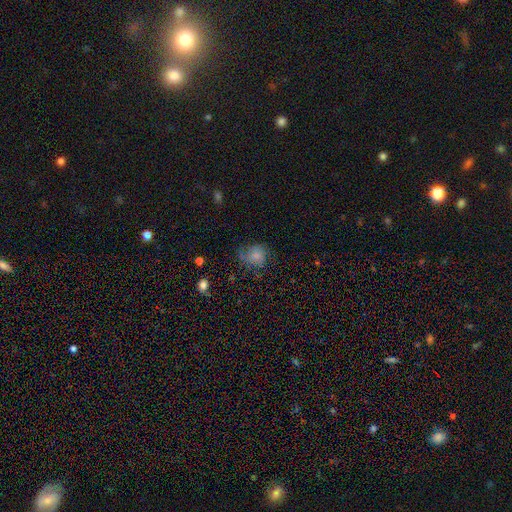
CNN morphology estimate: smooth-or-featured: smooth: 71% | featured or disk: 18% | star or artifact: 11%
  how-rounded: round: 70% | in between: 29% | cigar-shaped: 1%
  merging: none: 53% | minor disturbance: 28% | major disturbance: 16% | merger: 2%